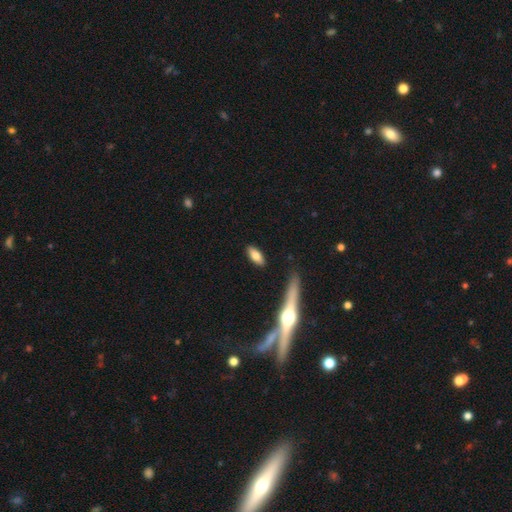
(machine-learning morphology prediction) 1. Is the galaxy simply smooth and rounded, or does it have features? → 77% smooth, 17% featured or disk, 7% star or artifact.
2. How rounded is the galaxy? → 77% in between, 21% cigar-shaped, 3% round.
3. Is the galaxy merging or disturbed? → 86% none, 9% minor disturbance, 2% major disturbance, 2% merger.